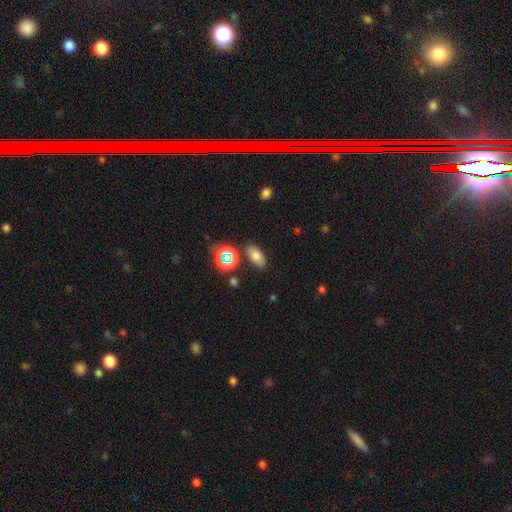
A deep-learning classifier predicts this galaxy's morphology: A smooth galaxy with no disk features (71%) that is in between round and cigar-shaped (88%). Merging: none (82%).